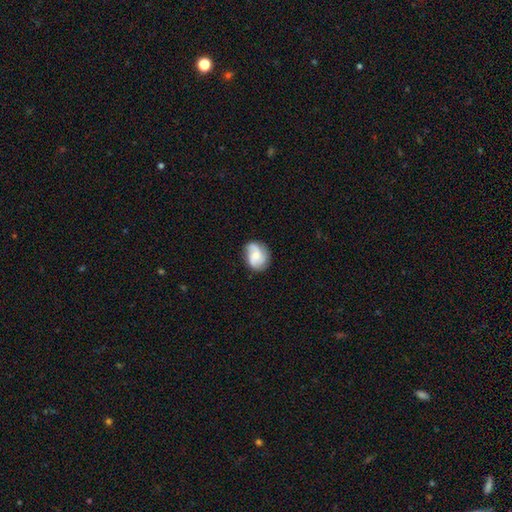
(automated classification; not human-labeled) featured or disk 61%, smooth 32%, star or artifact 7%. Down the decision tree: edge-on disk — no (98%); bar — no (69%); spiral arms — yes (93%); spiral arm count — 3 (51%); spiral winding — medium (45%); bulge size — small (45%); merging — none (73%).